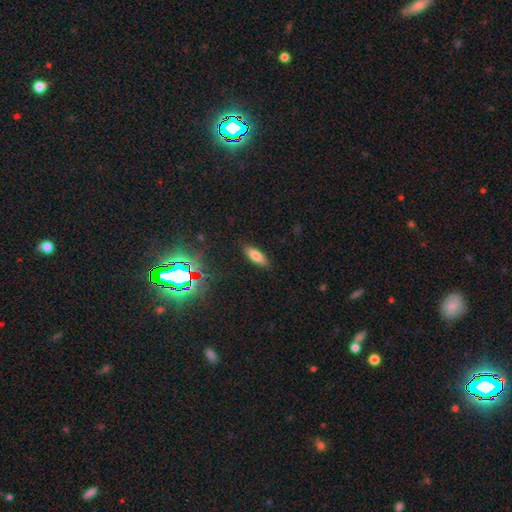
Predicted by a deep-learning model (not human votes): Smooth or featured?
  - smooth: 75% *
  - star or artifact: 13%
  - featured or disk: 12%
How rounded?
  - in between: 61% *
  - cigar-shaped: 36%
  - round: 2%
Merging?
  - none: 87% *
  - minor disturbance: 9%
  - major disturbance: 2%
  - merger: 1%